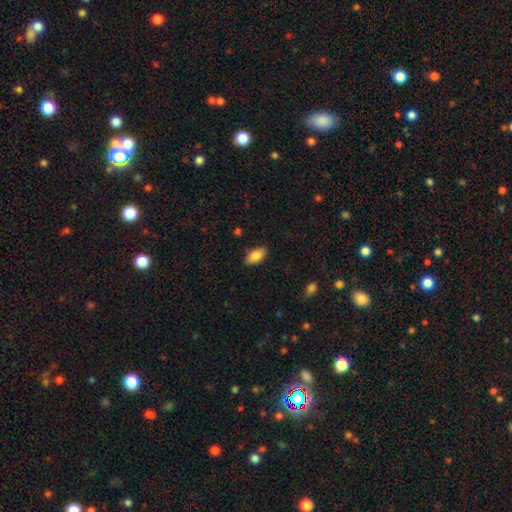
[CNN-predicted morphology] Smooth or featured: smooth — 86% (featured or disk — 7%)
How rounded: in between — 92% (cigar-shaped — 5%)
Merging: none — 85% (minor disturbance — 11%)